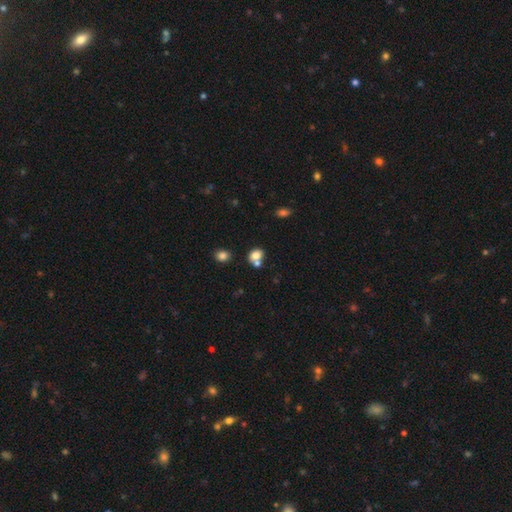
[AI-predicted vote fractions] smooth 78%, featured or disk 11%, star or artifact 11%. Down the decision tree: how rounded — in between (52%); merging — none (43%).